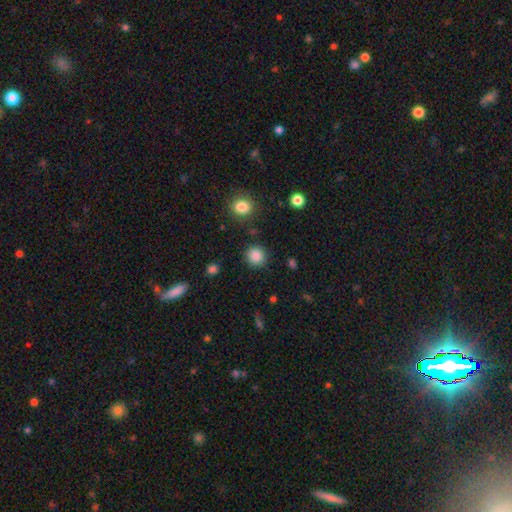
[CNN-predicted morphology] This appears to be a smooth galaxy with no disk features (86%) that is round (92%). Merging: none (89%).